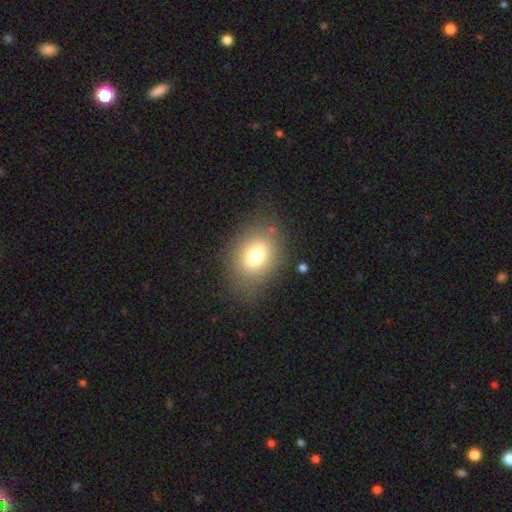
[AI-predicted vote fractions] This appears to be a smooth galaxy with no disk features (74%) that is in between round and cigar-shaped (62%). Merging: none (77%).